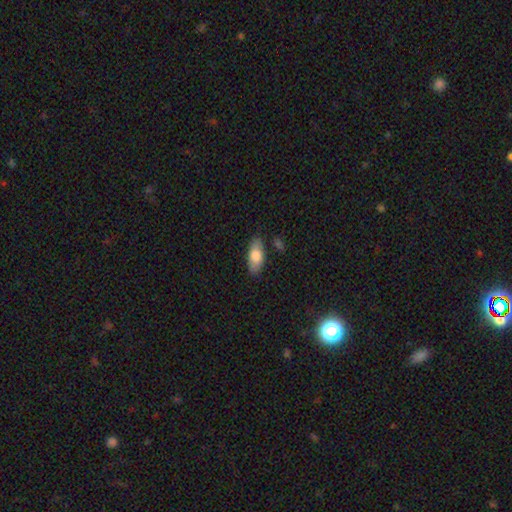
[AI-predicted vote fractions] This is likely a smooth galaxy (76%). How rounded: clearly in between (85%). Merging: clearly none (82%).